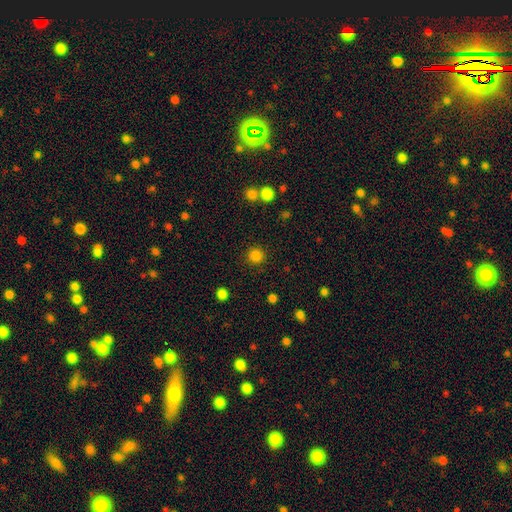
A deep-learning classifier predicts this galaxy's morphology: Q: Smooth or featured?
A: smooth (84%); runner-up: star or artifact (13%)
Q: How rounded?
A: round (95%); runner-up: in between (4%)
Q: Merging?
A: none (90%); runner-up: minor disturbance (5%)